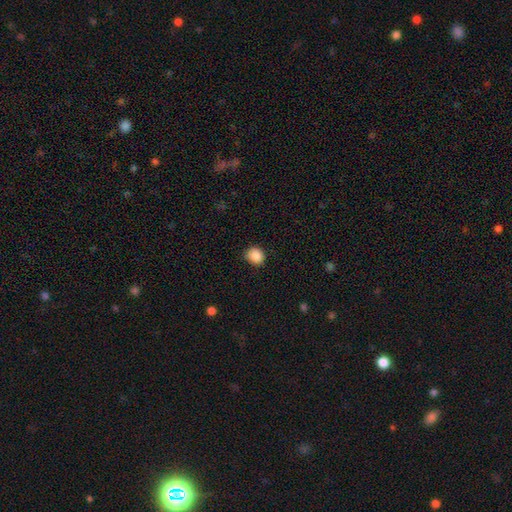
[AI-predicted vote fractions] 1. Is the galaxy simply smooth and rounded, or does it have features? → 88% smooth, 9% star or artifact, 3% featured or disk.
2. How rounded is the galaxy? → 70% round, 29% in between, 1% cigar-shaped.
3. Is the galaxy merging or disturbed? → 78% none, 18% minor disturbance, 3% major disturbance, 1% merger.